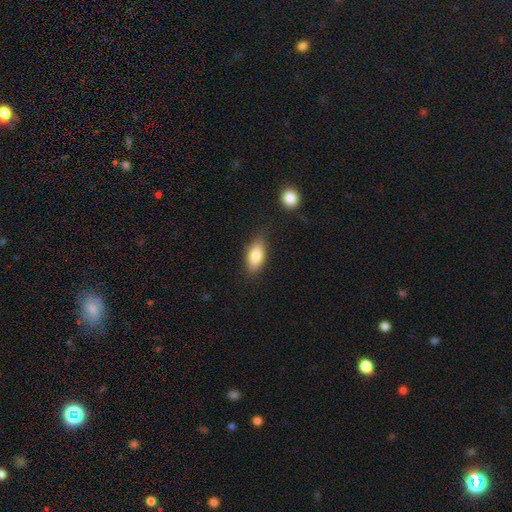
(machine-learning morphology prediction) smooth 82%, featured or disk 11%, star or artifact 7%. Down the decision tree: how rounded — in between (86%); merging — none (77%).